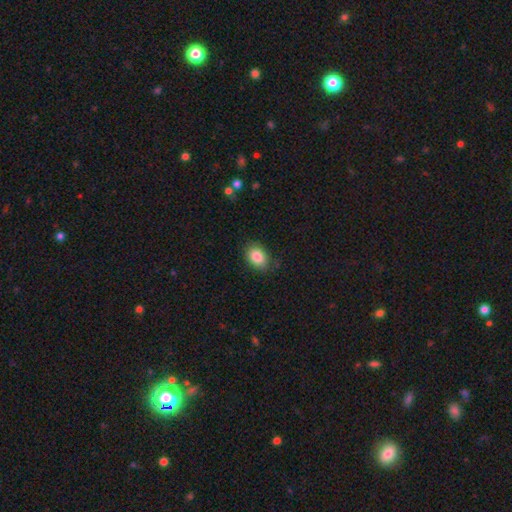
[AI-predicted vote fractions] The model was most divided on "how rounded": in between: 78%, round: 21%, cigar-shaped: 1%. More confident: smooth or featured — smooth (86%); merging — none (80%).